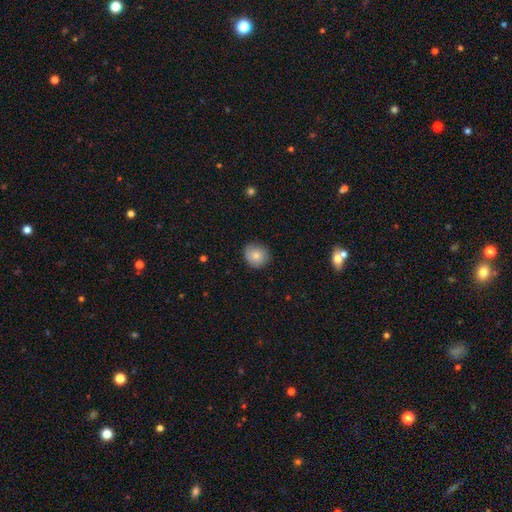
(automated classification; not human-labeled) Overall: smooth (79%). How rounded: round (86%). Merging: none (83%).